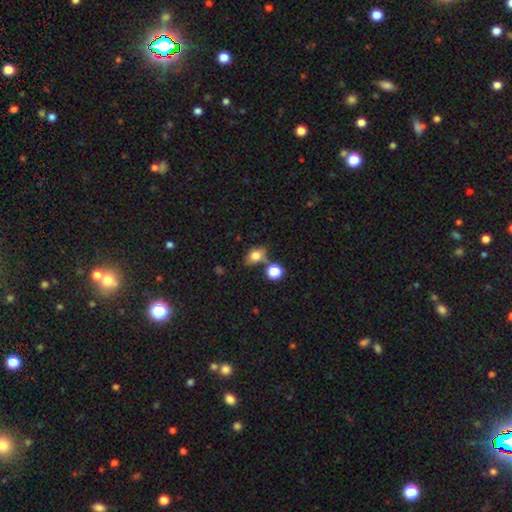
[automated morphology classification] Smooth or featured? Predicted: smooth (p=0.77). How rounded? Predicted: in between (p=0.71). Merging? Predicted: none (p=0.57).